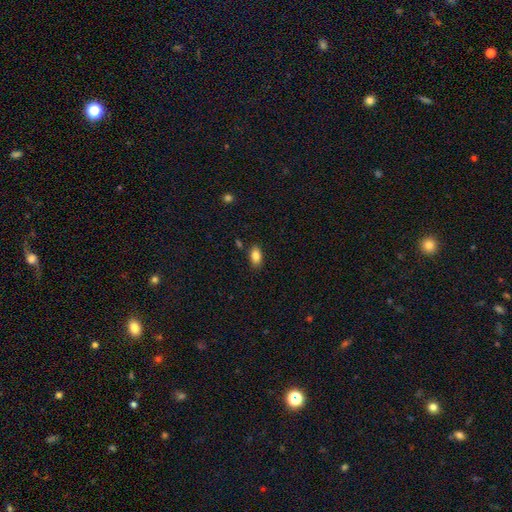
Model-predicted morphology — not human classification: A smooth galaxy with no disk features (85%) that is in between round and cigar-shaped (90%). Merging: none (84%).